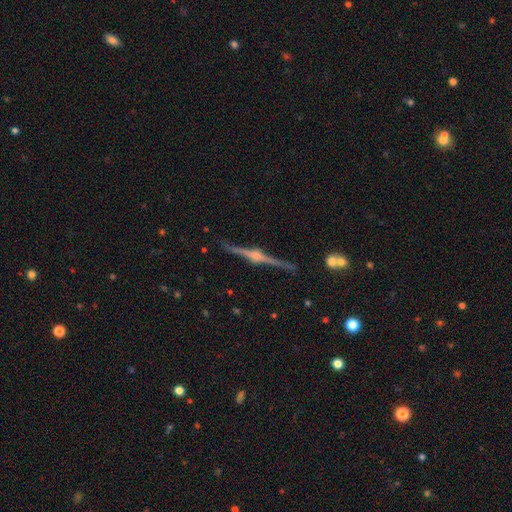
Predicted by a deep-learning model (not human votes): Smooth or featured: featured or disk — 89% (star or artifact — 6%)
Edge-on disk: yes — 98% (no — 2%)
Edge-on bulge: rounded — 89% (boxy — 8%)
Merging: none — 90% (minor disturbance — 7%)